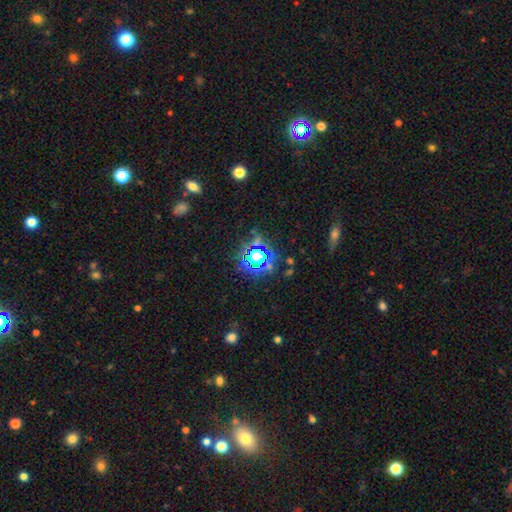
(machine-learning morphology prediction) smooth_or_featured: star or artifact (p=0.63) [alt: smooth p=0.25]